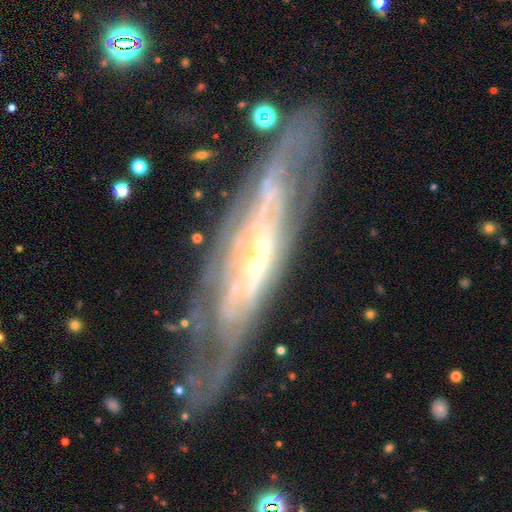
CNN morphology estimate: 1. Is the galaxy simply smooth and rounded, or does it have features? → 82% featured or disk, 12% smooth, 7% star or artifact.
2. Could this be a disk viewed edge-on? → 61% no, 39% yes.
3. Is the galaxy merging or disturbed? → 70% none, 19% minor disturbance, 9% major disturbance, 2% merger.